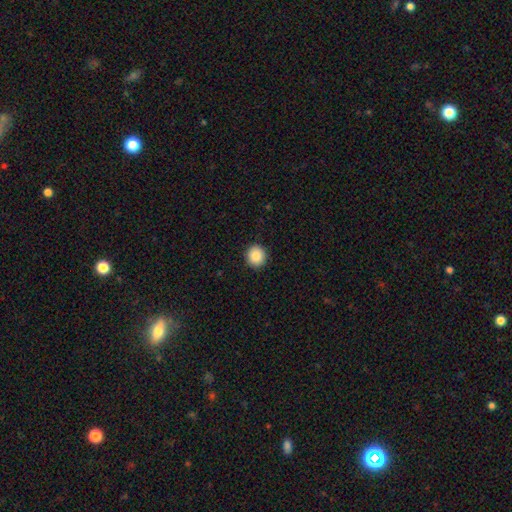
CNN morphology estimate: type=smooth (86%); roundness=round (92%); merging=none (92%).